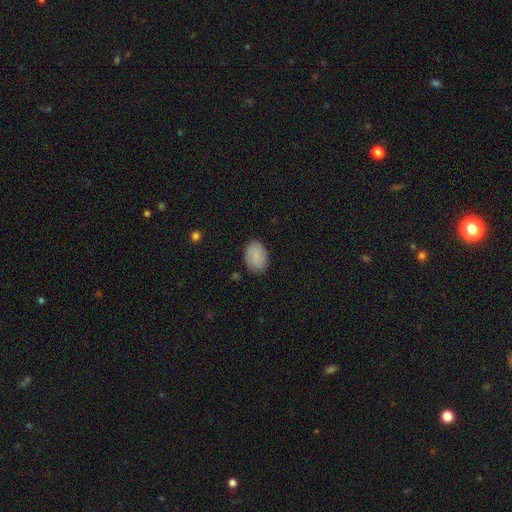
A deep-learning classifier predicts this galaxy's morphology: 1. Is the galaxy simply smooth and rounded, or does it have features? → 79% smooth, 13% featured or disk, 7% star or artifact.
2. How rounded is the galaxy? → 85% in between, 14% round, 1% cigar-shaped.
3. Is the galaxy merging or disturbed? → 83% none, 13% minor disturbance, 3% major disturbance, 1% merger.